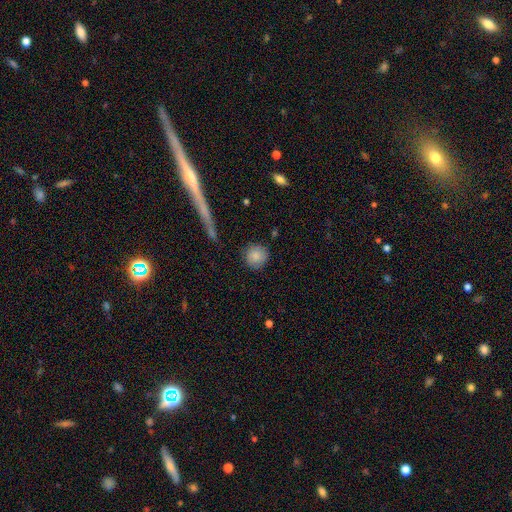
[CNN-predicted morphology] Smooth or featured? smooth (83%)
How rounded? round (91%)
Merging? none (83%)